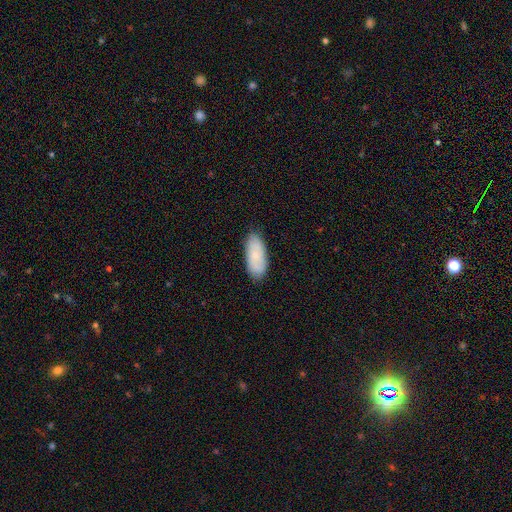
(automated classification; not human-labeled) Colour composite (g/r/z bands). It shows a smooth galaxy with no disk features (76%) that is in between round and cigar-shaped (84%). Merging: none (83%).